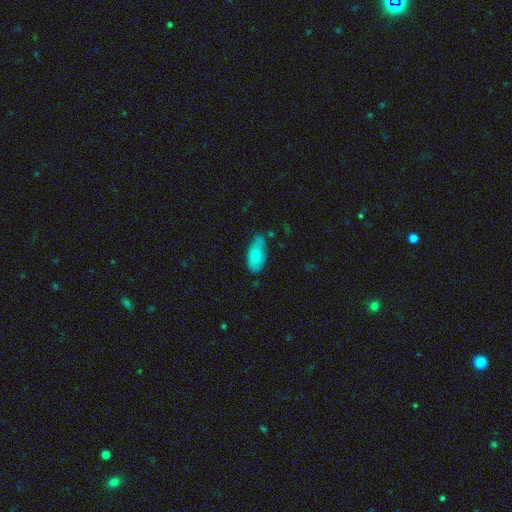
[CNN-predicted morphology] Smooth or featured? smooth (78%)
How rounded? in between (91%)
Merging? none (61%)